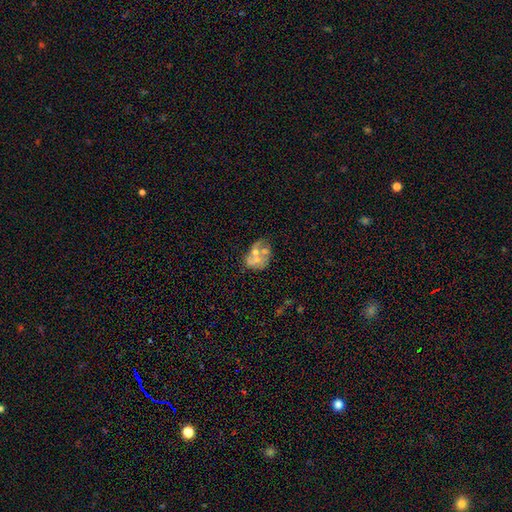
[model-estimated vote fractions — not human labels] Smooth or featured: featured or disk — 53% (smooth — 37%)
Edge-on disk: no — 98% (yes — 2%)
Bar: no — 89% (weak — 9%)
Spiral arms: no — 86% (yes — 14%)
Bulge size: moderate — 38% (small — 29%)
Merging: merger — 38% (none — 28%)